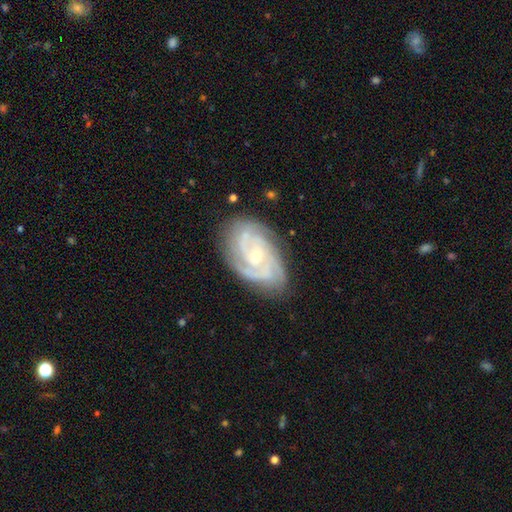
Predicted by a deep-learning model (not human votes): Smooth or featured: featured or disk — 89% (smooth — 6%)
Edge-on disk: no — 97% (yes — 3%)
Bar: no — 64% (weak — 30%)
Spiral arms: yes — 98% (no — 2%)
Spiral winding: tight — 64% (medium — 31%)
Spiral arm count: 3 — 43% (2 — 24%)
Bulge size: small — 64% (moderate — 32%)
Merging: none — 77% (minor disturbance — 17%)